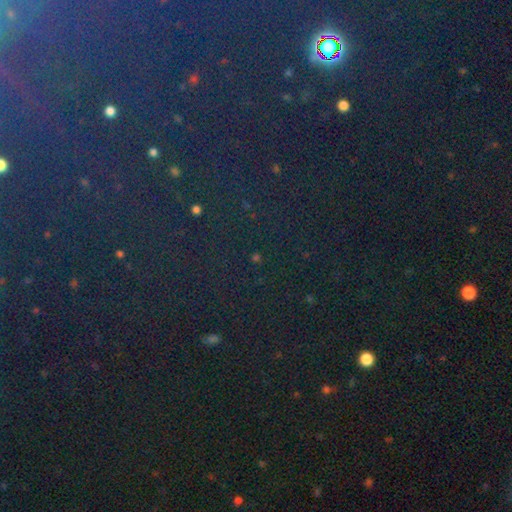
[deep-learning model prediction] Morphology: type=star or artifact (83%).